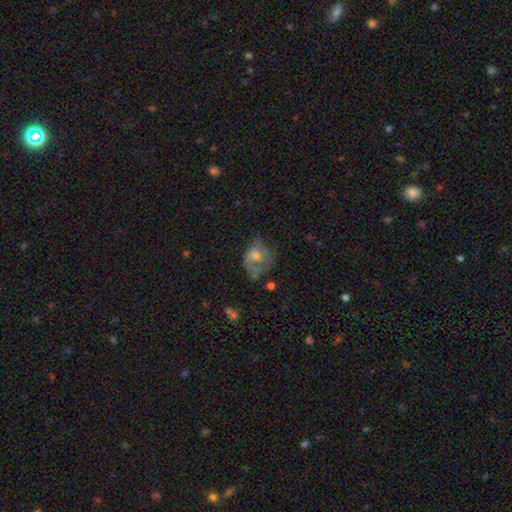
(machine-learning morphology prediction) This is likely a featured or disk galaxy (67%). It is clearly not viewed edge-on (98%). Bar: likely no (63%). Spiral arm pattern: clearly yes (83%). Spiral arm count: possibly 2 (48%). Spiral winding: possibly medium (45%). Central bulge: possibly moderate (47%). Merging: possibly none (45%).